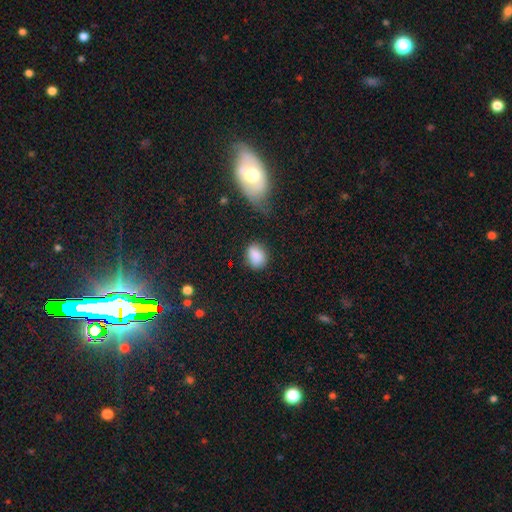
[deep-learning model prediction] A smooth galaxy with no disk features (86%) that is in between round and cigar-shaped (55%). Merging: none (74%).